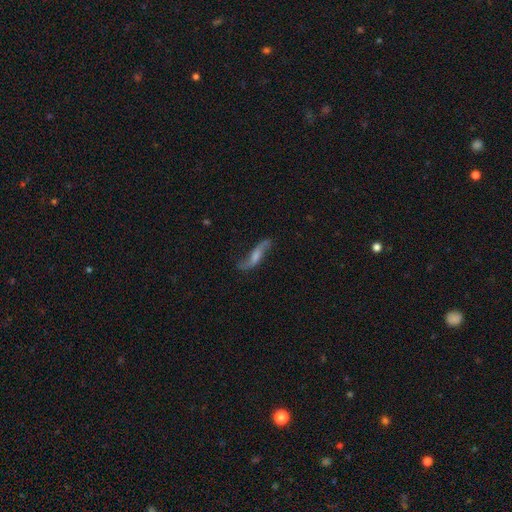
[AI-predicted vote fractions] Smooth or featured?
  - featured or disk: 71% *
  - smooth: 22%
  - star or artifact: 8%
Edge-on disk?
  - no: 78% *
  - yes: 22%
Bar?
  - no: 46% *
  - weak: 39%
  - strong: 15%
Spiral arms?
  - yes: 92% *
  - no: 8%
Spiral winding?
  - loose: 87% *
  - medium: 10%
  - tight: 3%
Spiral arm count?
  - 2: 91% *
  - can't tell: 4%
  - 1: 3%
  - 3: 1%
  - 4: 1%
  - more than 4: 1%
Bulge size?
  - small: 33% *
  - moderate: 32%
  - none: 24%
  - large: 9%
  - dominant: 2%
Merging?
  - none: 69% *
  - minor disturbance: 19%
  - major disturbance: 9%
  - merger: 3%